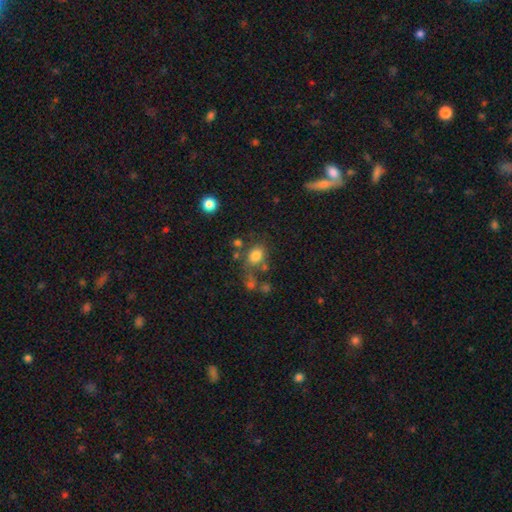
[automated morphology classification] This appears to be a smooth galaxy with no disk features (78%) that is in between round and cigar-shaped (58%). Merging: none (59%).